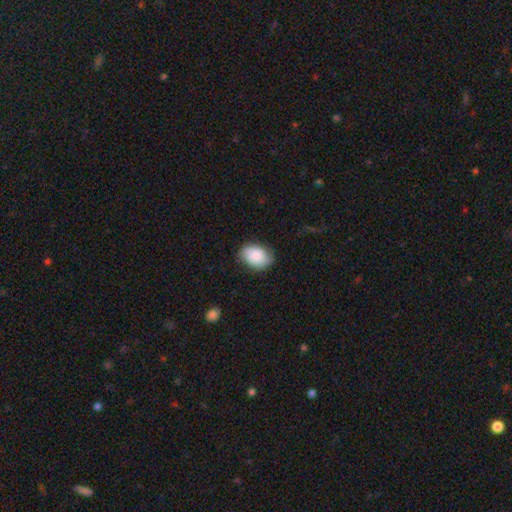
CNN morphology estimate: Smooth or featured? smooth (83%)
How rounded? in between (79%)
Merging? none (76%)